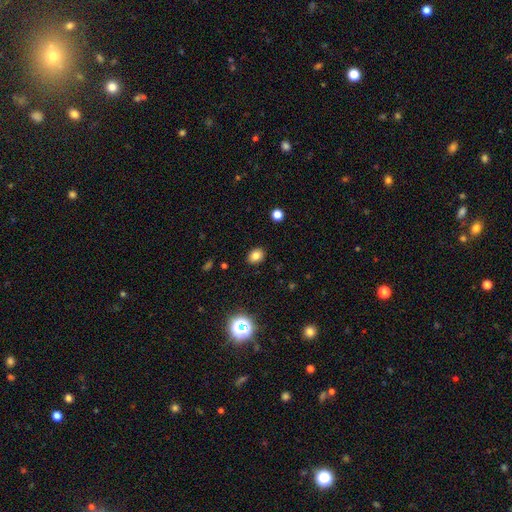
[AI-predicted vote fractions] Smooth or featured?
  - smooth: 81% *
  - star or artifact: 13%
  - featured or disk: 6%
How rounded?
  - in between: 58% *
  - round: 41%
  - cigar-shaped: 1%
Merging?
  - none: 89% *
  - minor disturbance: 8%
  - major disturbance: 2%
  - merger: 1%